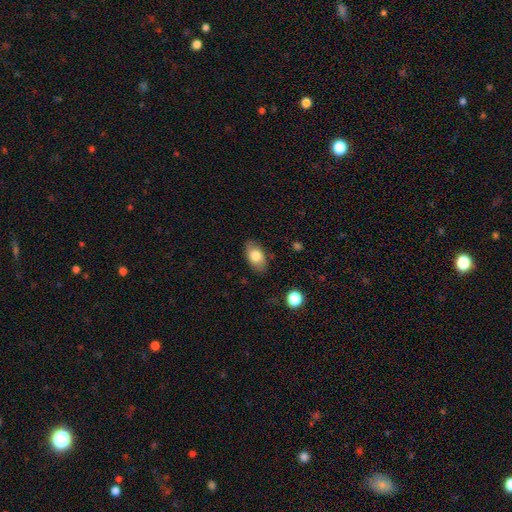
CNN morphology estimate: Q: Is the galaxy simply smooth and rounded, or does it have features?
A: smooth — 79%.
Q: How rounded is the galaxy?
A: in between — 91%.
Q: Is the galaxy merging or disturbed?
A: none — 82%.